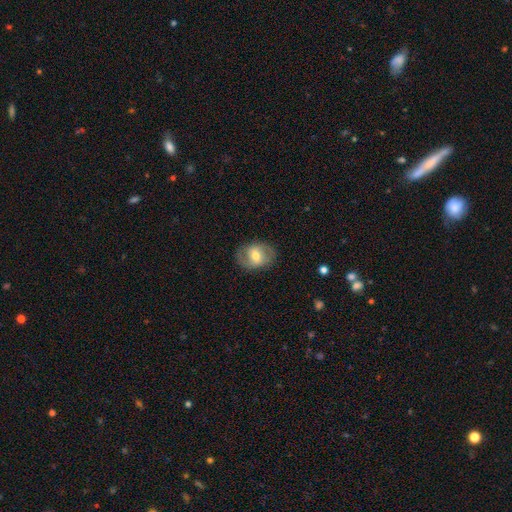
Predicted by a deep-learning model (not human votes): featured or disk 49%, smooth 44%, star or artifact 8%. Down the decision tree: merging — none (80%).